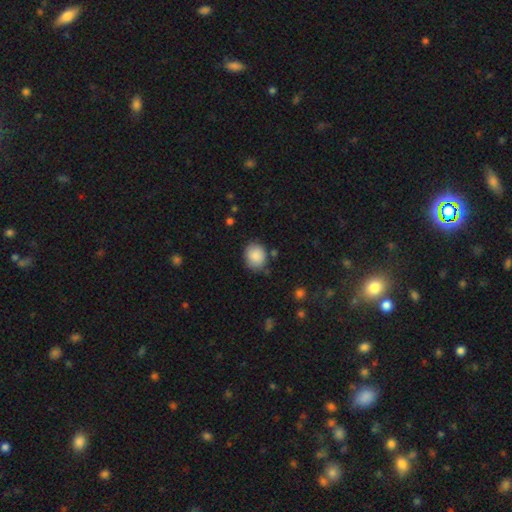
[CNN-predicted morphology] smooth-or-featured: smooth: 88% | star or artifact: 8% | featured or disk: 5%
  how-rounded: round: 65% | in between: 34% | cigar-shaped: 1%
  merging: none: 77% | minor disturbance: 17% | major disturbance: 4% | merger: 3%